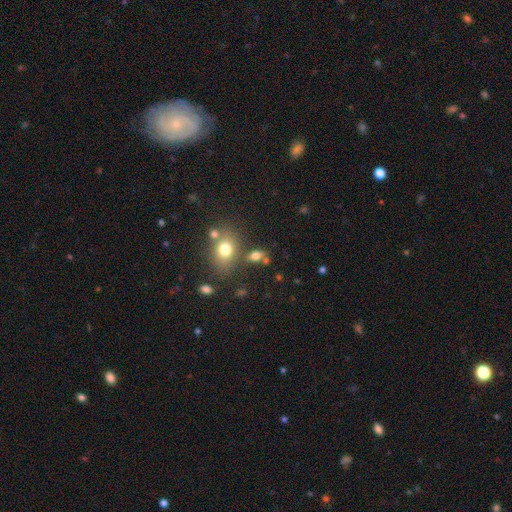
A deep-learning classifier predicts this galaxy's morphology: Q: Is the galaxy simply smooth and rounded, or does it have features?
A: smooth — 75%.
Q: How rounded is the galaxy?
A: in between — 77%.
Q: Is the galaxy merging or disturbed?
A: none — 62%.